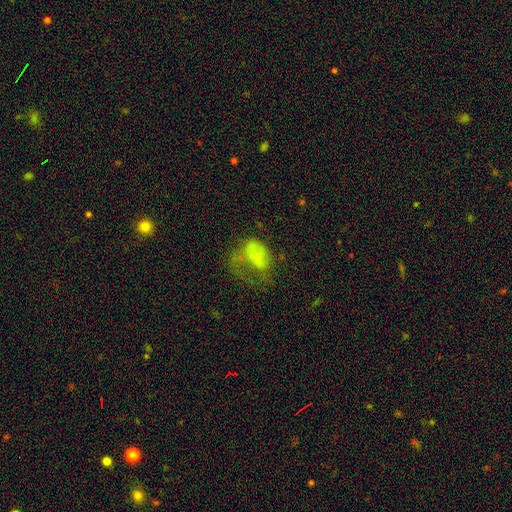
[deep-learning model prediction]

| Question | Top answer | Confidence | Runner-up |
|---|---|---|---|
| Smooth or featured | smooth | 52% | featured or disk (32%) |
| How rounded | in between | 79% | round (19%) |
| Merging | major disturbance | 58% | none (20%) |